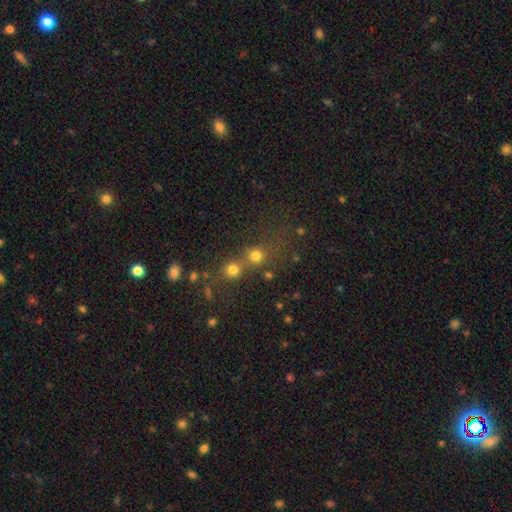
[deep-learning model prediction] Smooth or featured: smooth — 73% (star or artifact — 18%)
How rounded: round — 89% (in between — 10%)
Merging: none — 51% (merger — 37%)